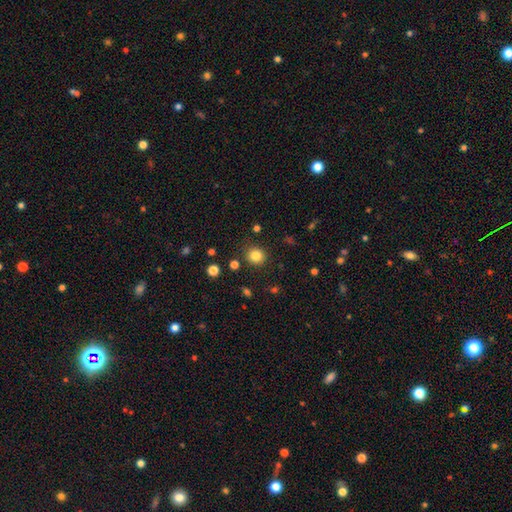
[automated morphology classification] Q: Smooth or featured?
A: smooth (83%); runner-up: star or artifact (12%)
Q: How rounded?
A: round (88%); runner-up: in between (11%)
Q: Merging?
A: none (87%); runner-up: minor disturbance (7%)